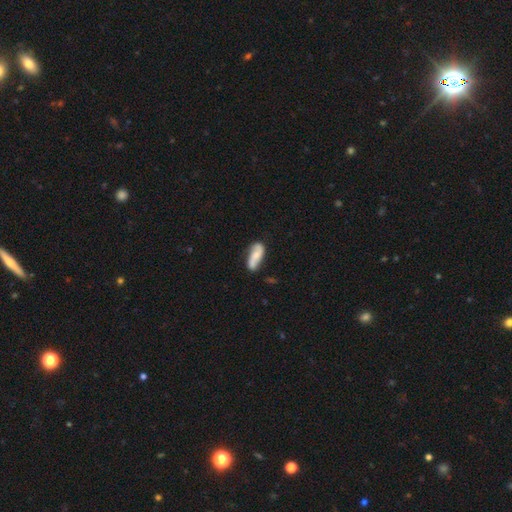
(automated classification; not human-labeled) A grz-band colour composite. It shows a featured or disk galaxy (52%). Merging: none (68%).